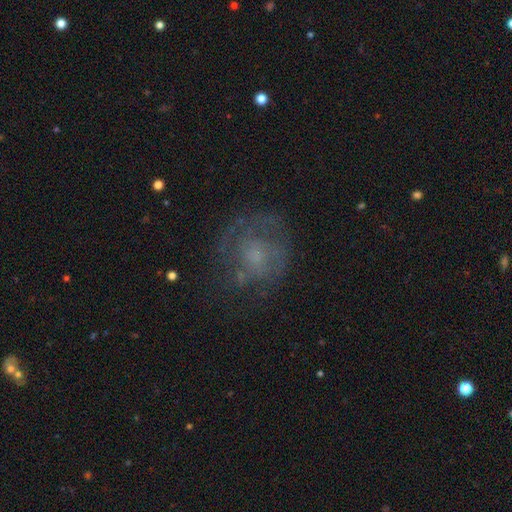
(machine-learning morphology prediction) Smooth or featured?
  - featured or disk: 55% *
  - smooth: 29%
  - star or artifact: 16%
Edge-on disk?
  - no: 97% *
  - yes: 3%
Bar?
  - no: 80% *
  - weak: 17%
  - strong: 3%
Spiral arms?
  - yes: 58% *
  - no: 42%
Bulge size?
  - small: 44% *
  - moderate: 29%
  - none: 21%
  - large: 4%
  - dominant: 1%
Merging?
  - none: 61% *
  - minor disturbance: 19%
  - major disturbance: 18%
  - merger: 2%